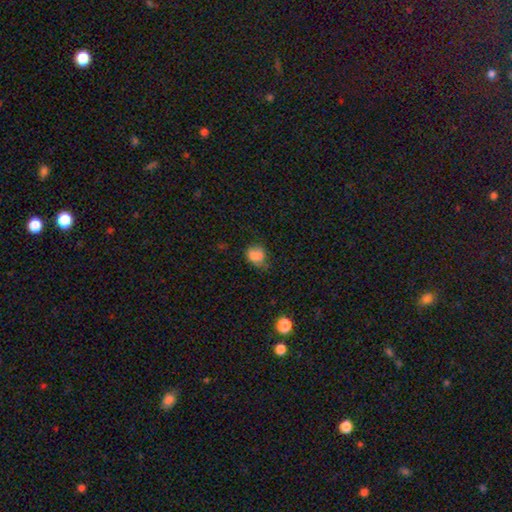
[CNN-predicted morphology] Smooth or featured? Predicted: smooth (p=0.76). How rounded? Predicted: round (p=0.52). Merging? Predicted: none (p=0.43).